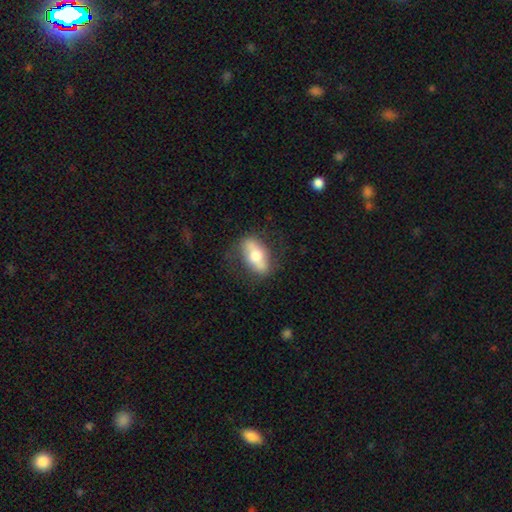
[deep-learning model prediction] Smooth or featured? smooth (53%)
How rounded? in between (83%)
Merging? none (74%)